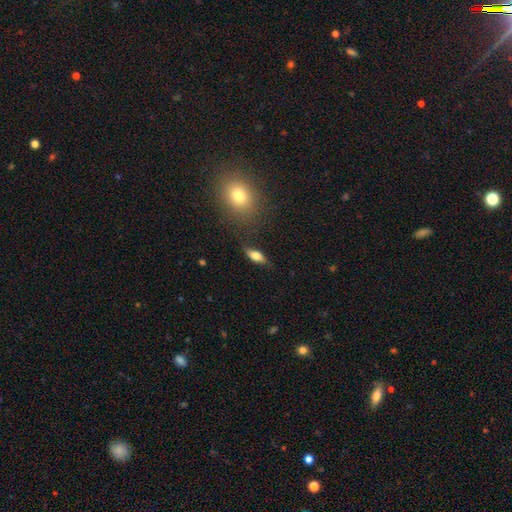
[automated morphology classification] Smooth or featured? smooth (62%)
How rounded? in between (71%)
Merging? none (76%)